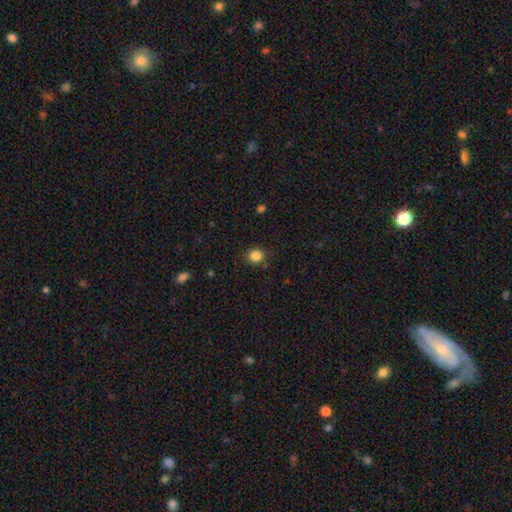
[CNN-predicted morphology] smooth_or_featured: smooth (p=0.84) [alt: star or artifact p=0.11]
how_rounded: round (p=0.75) [alt: in between p=0.24]
merging: none (p=0.83) [alt: minor disturbance p=0.12]